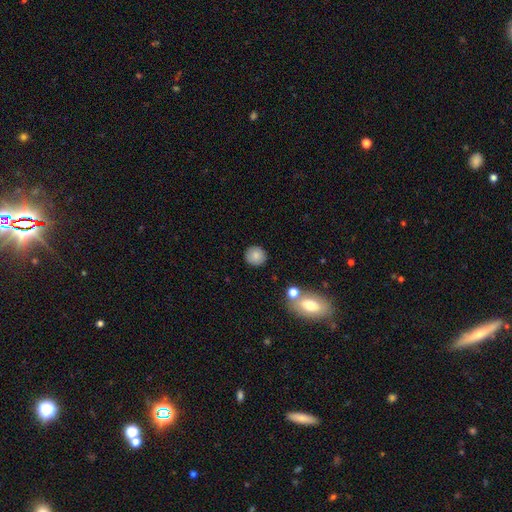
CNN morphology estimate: Smooth or featured?
  - smooth: 84% *
  - star or artifact: 9%
  - featured or disk: 7%
How rounded?
  - round: 91% *
  - in between: 8%
  - cigar-shaped: 1%
Merging?
  - none: 88% *
  - minor disturbance: 7%
  - merger: 2%
  - major disturbance: 2%